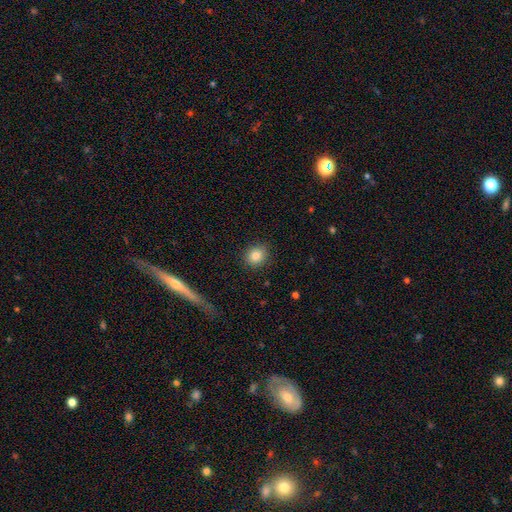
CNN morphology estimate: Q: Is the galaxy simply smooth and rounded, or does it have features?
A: smooth — 83%.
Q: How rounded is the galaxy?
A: round — 79%.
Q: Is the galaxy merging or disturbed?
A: none — 90%.